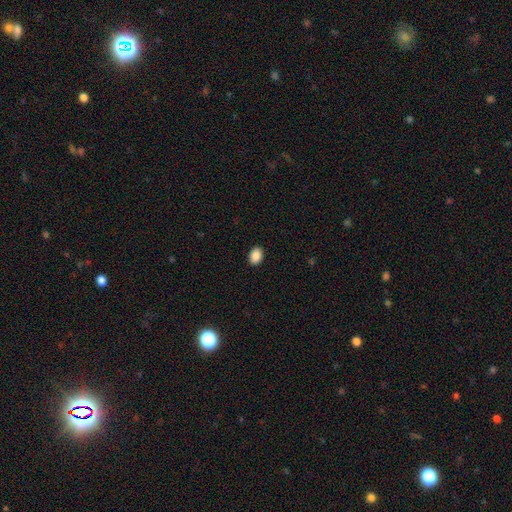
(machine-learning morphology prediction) This appears to be a smooth galaxy with no disk features (89%) that is in between round and cigar-shaped (79%). Merging: none (90%).